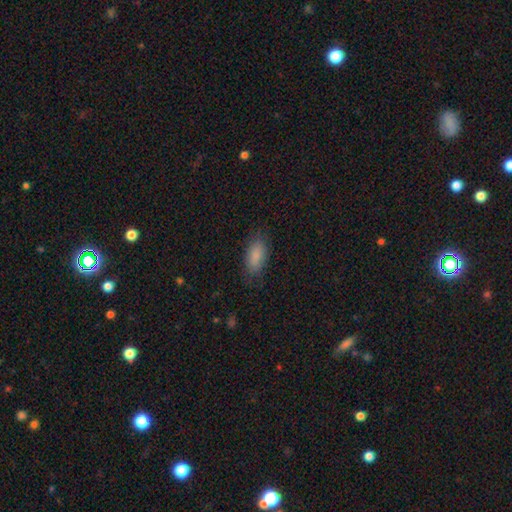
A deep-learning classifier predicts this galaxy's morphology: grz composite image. It shows a smooth galaxy with no disk features (87%) that is in between round and cigar-shaped (88%). Merging: none (81%).